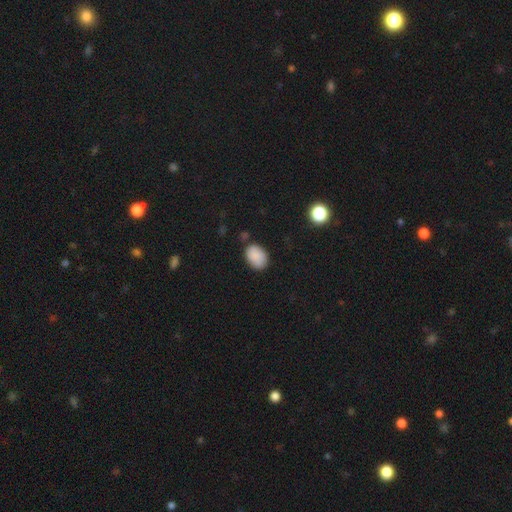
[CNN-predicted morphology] Smooth or featured? Predicted: smooth (p=0.88). How rounded? Predicted: in between (p=0.80). Merging? Predicted: none (p=0.75).